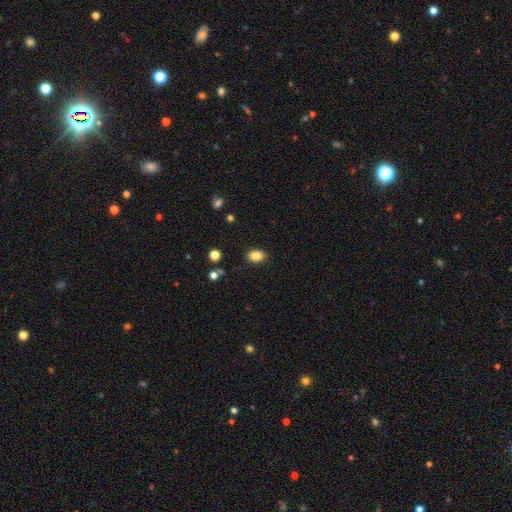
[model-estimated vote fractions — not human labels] Morphology: type=smooth (85%); roundness=in between (81%); merging=none (87%).